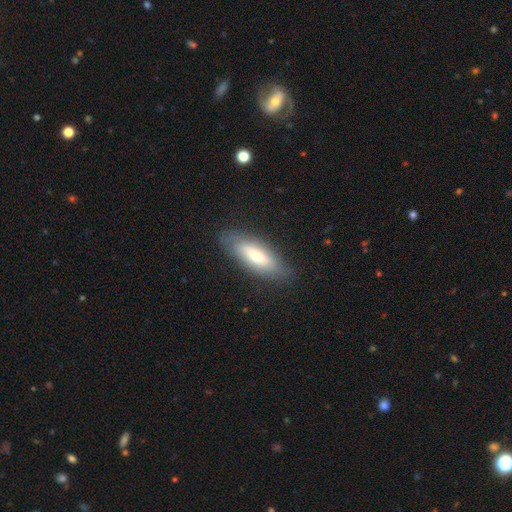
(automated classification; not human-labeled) Smooth or featured? smooth (66%)
How rounded? in between (63%)
Merging? none (82%)